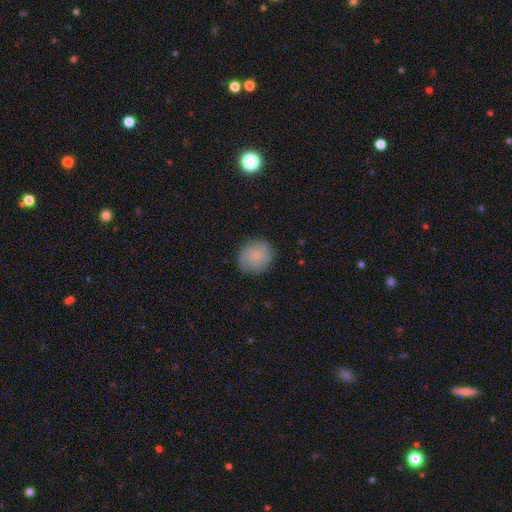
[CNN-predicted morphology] Smooth or featured?
  - smooth: 70% *
  - featured or disk: 22%
  - star or artifact: 8%
How rounded?
  - round: 86% *
  - in between: 13%
  - cigar-shaped: 1%
Merging?
  - none: 80% *
  - minor disturbance: 14%
  - major disturbance: 4%
  - merger: 1%